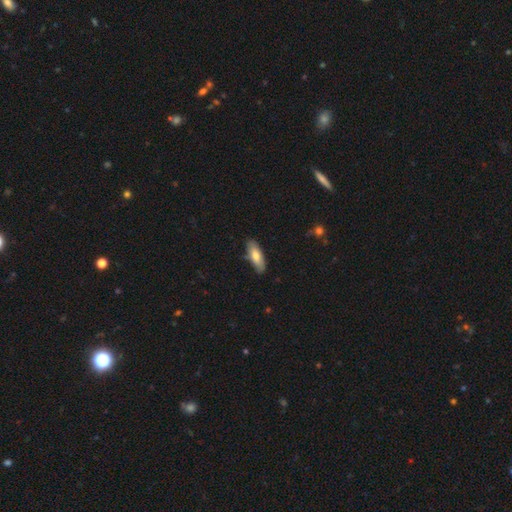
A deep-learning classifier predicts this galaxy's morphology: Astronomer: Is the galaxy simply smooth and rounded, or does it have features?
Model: smooth — 71%.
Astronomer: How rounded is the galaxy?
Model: in between — 68%.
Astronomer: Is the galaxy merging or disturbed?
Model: none — 80%.